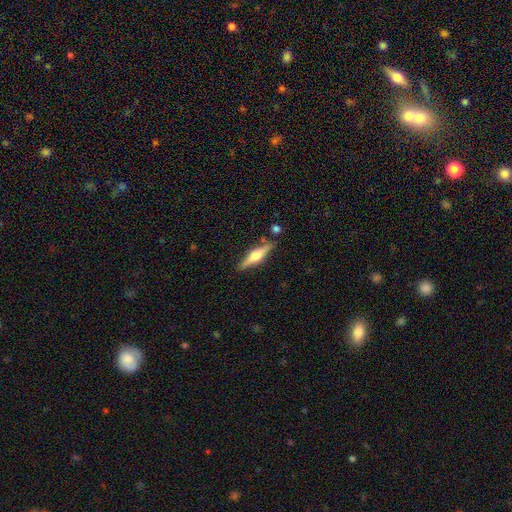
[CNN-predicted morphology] type=featured or disk (71%); edge-on=yes (97%); edge-on bulge=rounded (93%); merging=none (84%).